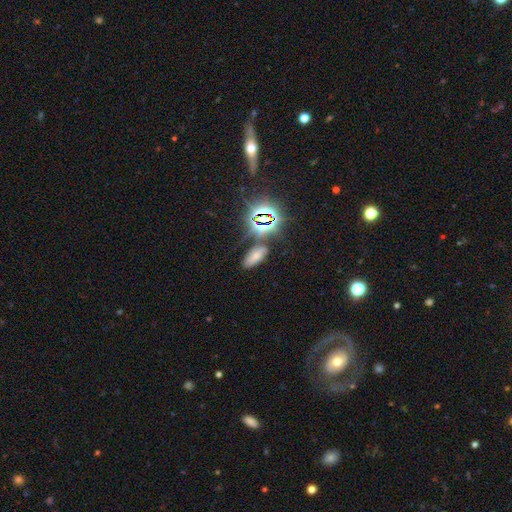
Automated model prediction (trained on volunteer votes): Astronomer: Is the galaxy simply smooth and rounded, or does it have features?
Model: smooth — 45% (runner-up: star or artifact, 39%).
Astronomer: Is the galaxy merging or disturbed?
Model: none — 67%.